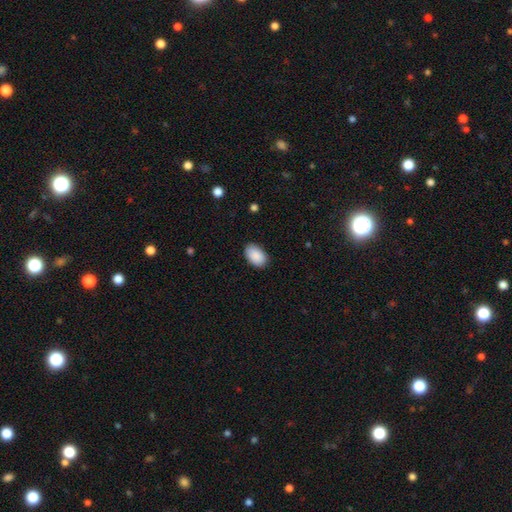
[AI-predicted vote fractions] smooth 91%, star or artifact 6%, featured or disk 3%. Down the decision tree: how rounded — in between (92%); merging — none (86%).